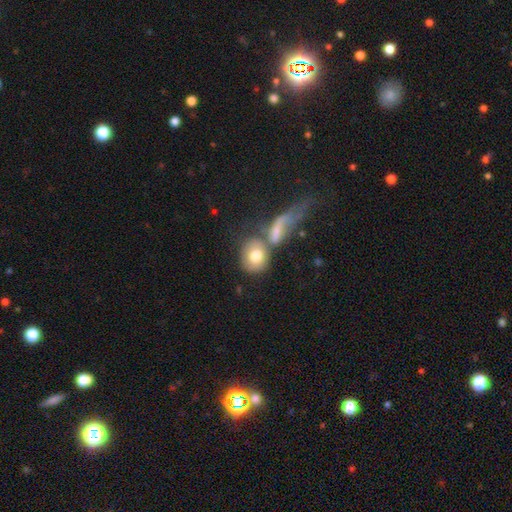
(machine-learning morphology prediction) Smooth or featured? Predicted: smooth (p=0.74). How rounded? Predicted: round (p=0.61). Merging? Predicted: merger (p=0.41).